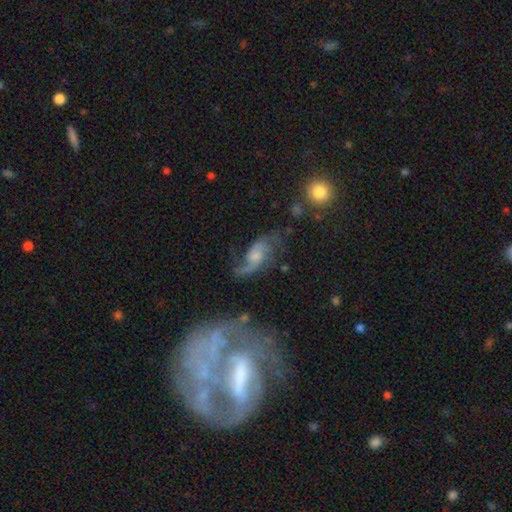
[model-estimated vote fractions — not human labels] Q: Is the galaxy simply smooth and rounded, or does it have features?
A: featured or disk — 79%.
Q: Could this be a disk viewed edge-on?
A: no — 95%.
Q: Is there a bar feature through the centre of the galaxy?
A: no — 55%.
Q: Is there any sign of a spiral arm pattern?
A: yes — 94%.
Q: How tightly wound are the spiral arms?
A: loose — 60%.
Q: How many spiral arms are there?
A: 2 — 84%.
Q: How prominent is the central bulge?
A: moderate — 42%.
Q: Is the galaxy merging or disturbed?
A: none — 54%.